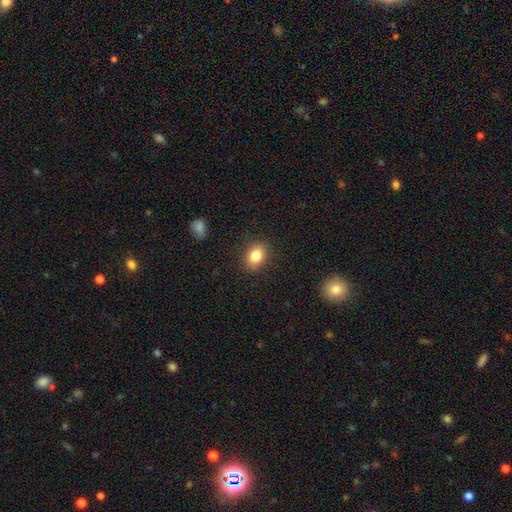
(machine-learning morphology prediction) Q: Smooth or featured?
A: smooth (84%); runner-up: star or artifact (9%)
Q: How rounded?
A: in between (68%); runner-up: round (31%)
Q: Merging?
A: none (87%); runner-up: minor disturbance (10%)